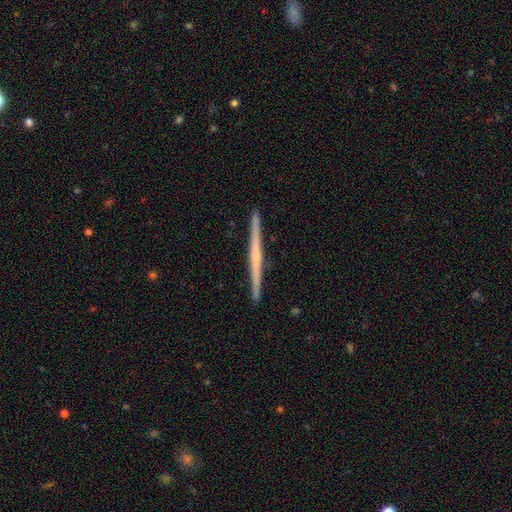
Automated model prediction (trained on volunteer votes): Morphology: type=featured or disk (67%); edge-on=yes (98%); edge-on bulge=none (65%); merging=none (93%).